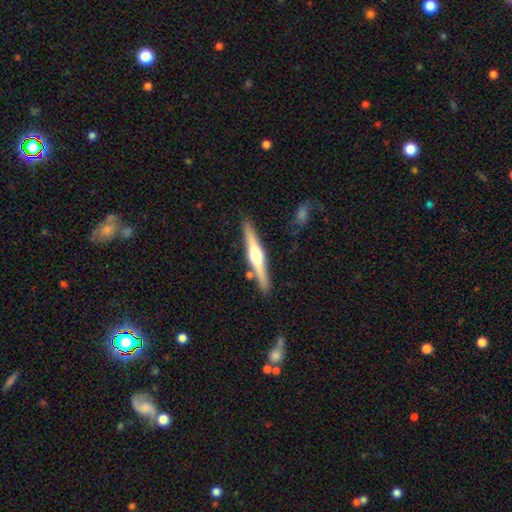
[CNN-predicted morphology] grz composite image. It shows a featured or disk galaxy (70%) viewed edge-on (98%) with a rounded central bulge (92%). Merging: none (85%).